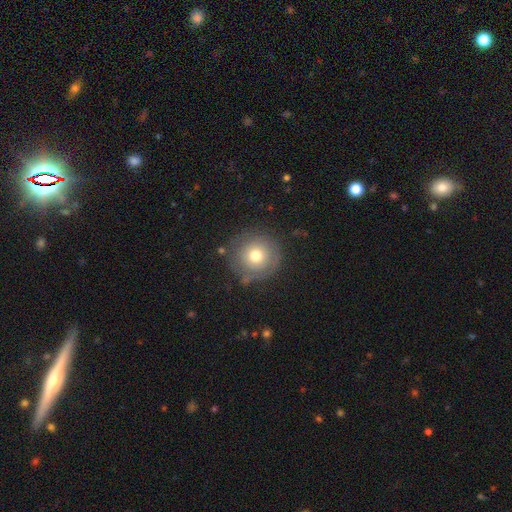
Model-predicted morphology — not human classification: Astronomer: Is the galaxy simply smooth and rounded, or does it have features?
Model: smooth — 64%.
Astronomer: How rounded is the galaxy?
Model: round — 95%.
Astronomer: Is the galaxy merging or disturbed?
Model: none — 76%.